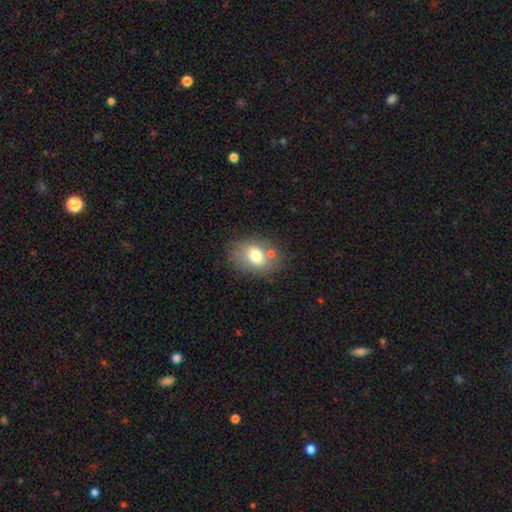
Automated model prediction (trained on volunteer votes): A smooth galaxy with no disk features (72%) that is in between round and cigar-shaped (70%).

Vote fractions:
- Smooth or featured? smooth: 72% / featured or disk: 19% / star or artifact: 10%
- How rounded? in between: 70% / round: 29% / cigar-shaped: 1%
- Merging? none: 67% / minor disturbance: 16% / merger: 12% / major disturbance: 5%